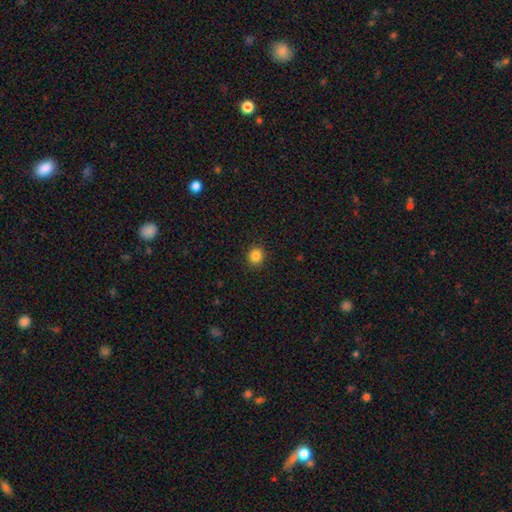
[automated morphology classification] Smooth or featured? smooth (85%)
How rounded? round (87%)
Merging? none (92%)